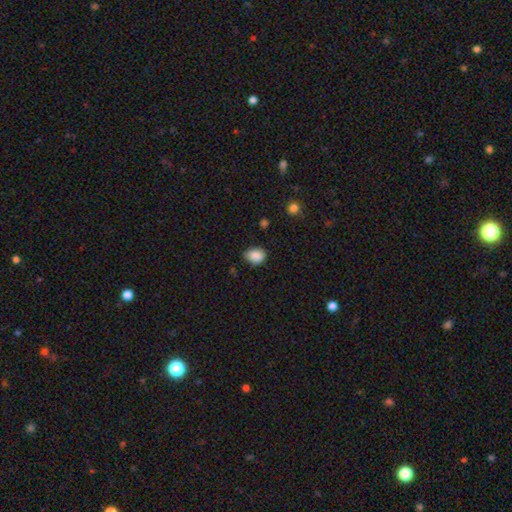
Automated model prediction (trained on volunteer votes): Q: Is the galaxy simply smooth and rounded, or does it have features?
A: smooth — 88%.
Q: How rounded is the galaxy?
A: in between — 64%.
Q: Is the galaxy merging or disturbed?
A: none — 72%.